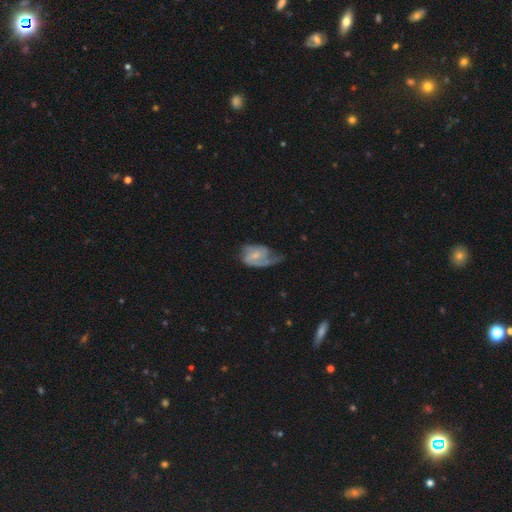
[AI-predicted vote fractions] smooth_or_featured: featured or disk (p=0.64) [alt: smooth p=0.30]
disk_edge_on: no (p=0.97) [alt: yes p=0.03]
bar: no (p=0.46) [alt: weak p=0.43]
has_spiral_arms: yes (p=0.84) [alt: no p=0.16]
spiral_winding: medium (p=0.40) [alt: loose p=0.37]
spiral_arm_count: 2 (p=0.47) [alt: 1 p=0.35]
bulge_size: small (p=0.56) [alt: moderate p=0.27]
merging: major disturbance (p=0.36) [alt: none p=0.31]